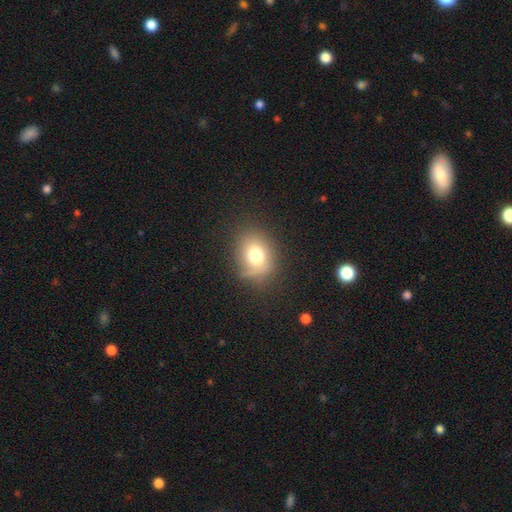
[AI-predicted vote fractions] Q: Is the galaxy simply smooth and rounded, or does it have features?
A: smooth — 71%.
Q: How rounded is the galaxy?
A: round — 54%.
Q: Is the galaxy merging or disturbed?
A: none — 65%.